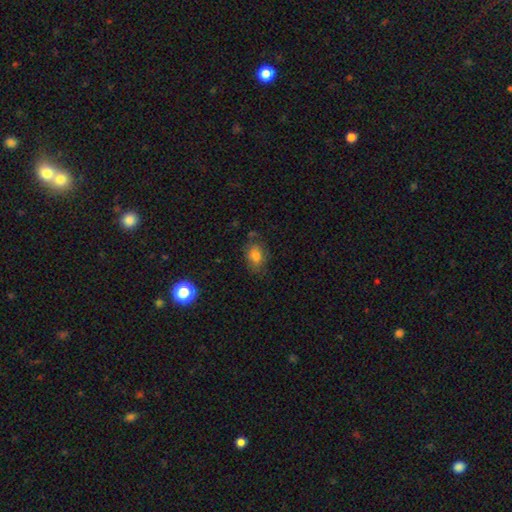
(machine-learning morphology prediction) type=smooth (76%); roundness=in between (76%); merging=none (70%).